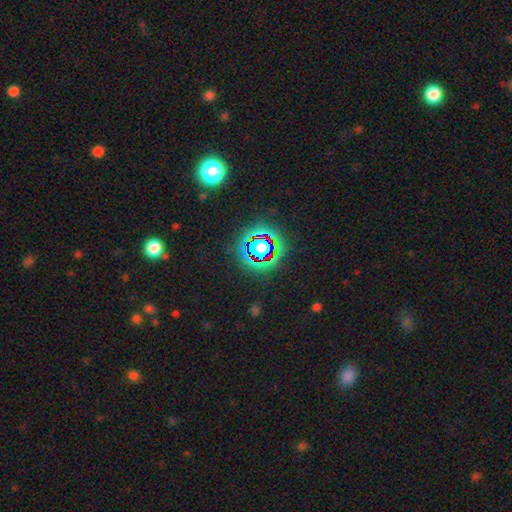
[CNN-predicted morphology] This is likely a star or artifact rather than a galaxy (78%).